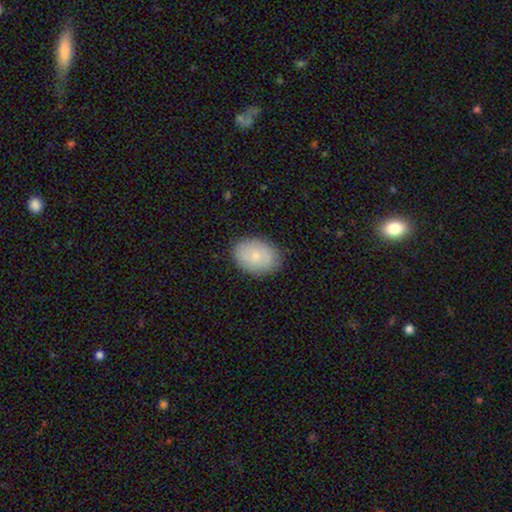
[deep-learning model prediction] smooth_or_featured: smooth (p=0.78) [alt: featured or disk p=0.15]
how_rounded: in between (p=0.74) [alt: round p=0.25]
merging: none (p=0.85) [alt: minor disturbance p=0.11]